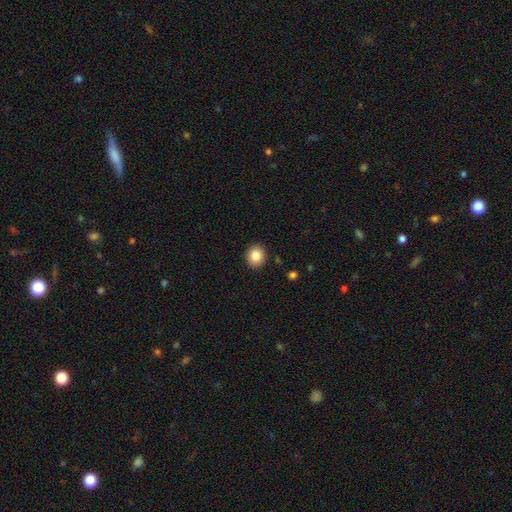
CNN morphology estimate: This appears to be a smooth galaxy with no disk features (84%) that is round (78%). Merging: none (91%).